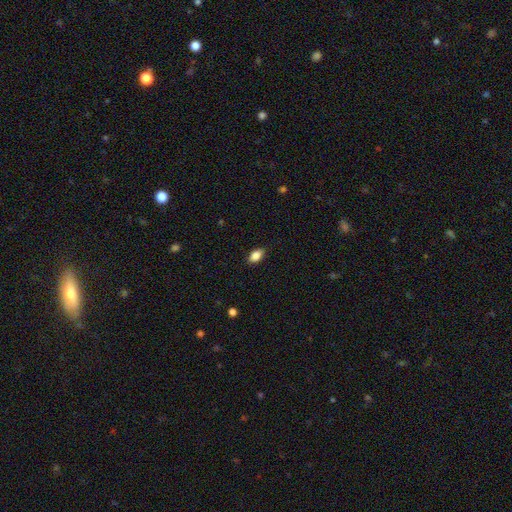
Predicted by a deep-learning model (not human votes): Smooth or featured? smooth (86%)
How rounded? in between (89%)
Merging? none (85%)